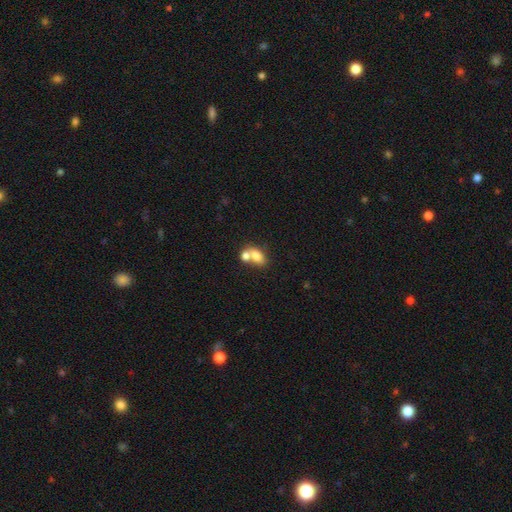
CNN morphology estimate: This appears to be a smooth galaxy with no disk features (76%) that is in between round and cigar-shaped (77%). Merging: merger (56%).